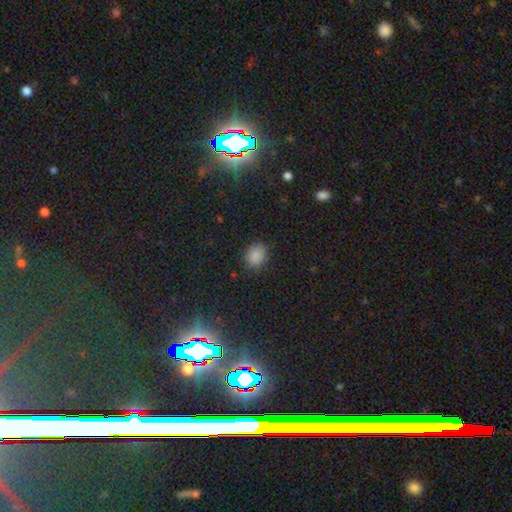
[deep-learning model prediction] Smooth or featured? Predicted: smooth (p=0.84). How rounded? Predicted: round (p=0.61). Merging? Predicted: none (p=0.84).